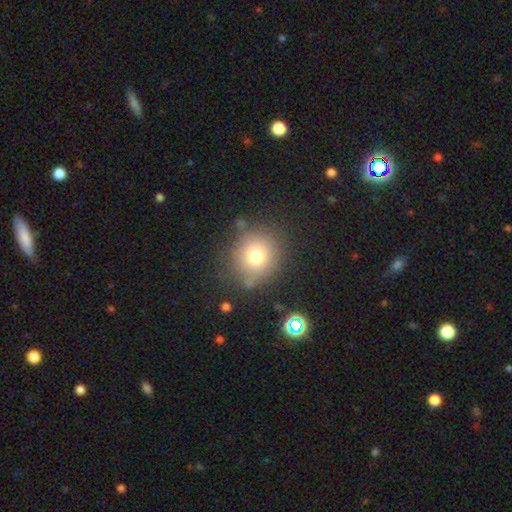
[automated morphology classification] Overall: smooth (73%). How rounded: round (87%). Merging: none (77%).